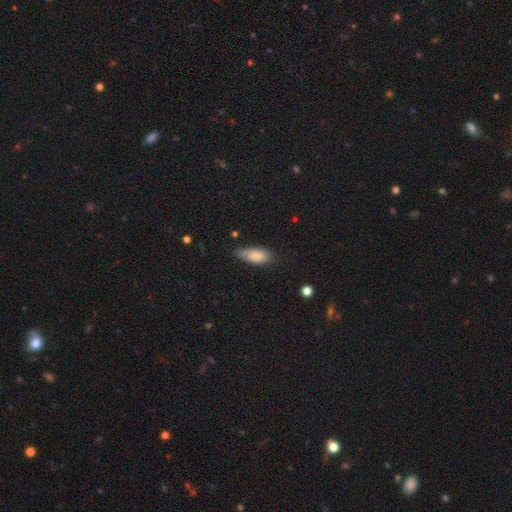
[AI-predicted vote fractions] Smooth or featured?
  - smooth: 84% *
  - featured or disk: 9%
  - star or artifact: 7%
How rounded?
  - in between: 80% *
  - cigar-shaped: 18%
  - round: 2%
Merging?
  - none: 63% *
  - minor disturbance: 29%
  - major disturbance: 6%
  - merger: 2%